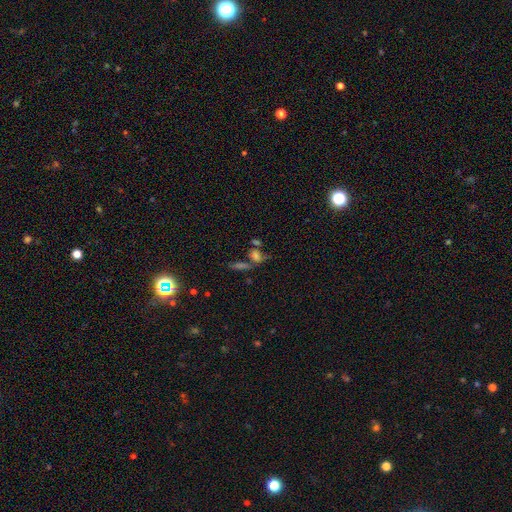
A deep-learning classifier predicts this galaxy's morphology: The model was most divided on "merging": none: 38%, merger: 36%, minor disturbance: 13%, major disturbance: 12%. More confident: how rounded — in between (68%); smooth or featured — smooth (59%).